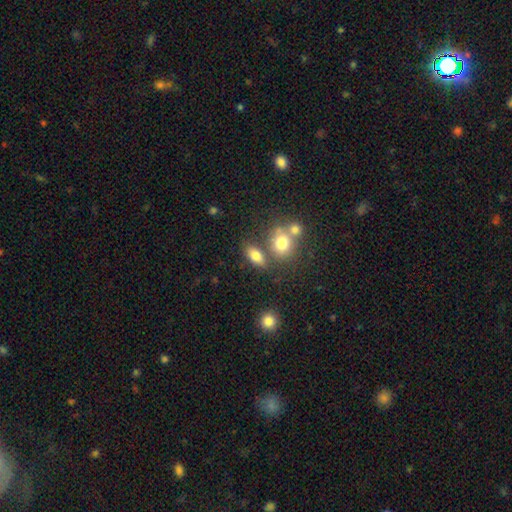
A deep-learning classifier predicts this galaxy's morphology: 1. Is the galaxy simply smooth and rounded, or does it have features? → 79% smooth, 11% featured or disk, 10% star or artifact.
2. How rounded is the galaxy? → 77% in between, 16% round, 6% cigar-shaped.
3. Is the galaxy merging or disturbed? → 63% none, 20% merger, 12% minor disturbance, 5% major disturbance.